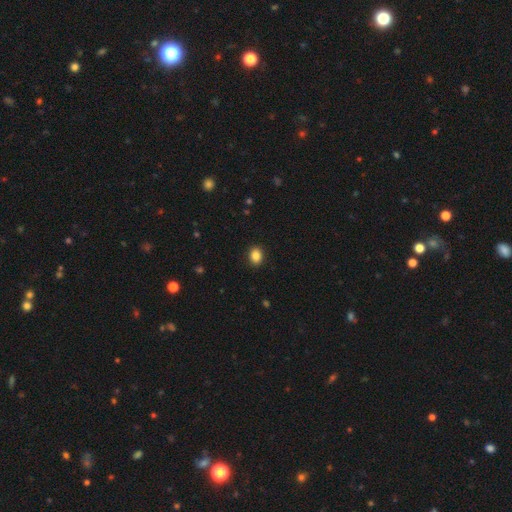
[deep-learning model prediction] Smooth or featured?
  - smooth: 86% *
  - star or artifact: 10%
  - featured or disk: 4%
How rounded?
  - in between: 53% *
  - round: 46%
  - cigar-shaped: 1%
Merging?
  - none: 91% *
  - minor disturbance: 6%
  - major disturbance: 2%
  - merger: 1%